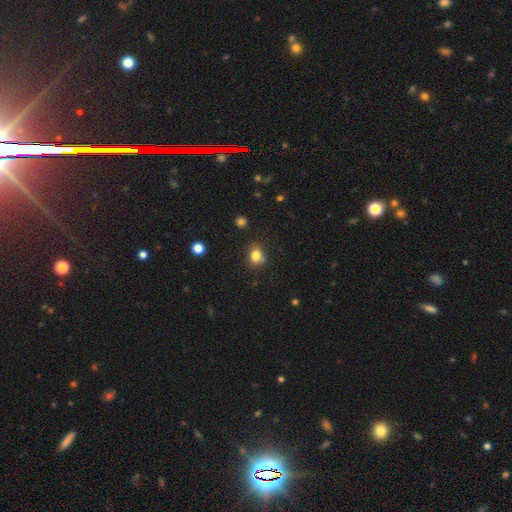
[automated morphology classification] Smooth or featured: smooth — 80% (star or artifact — 12%)
How rounded: round — 58% (in between — 41%)
Merging: none — 67% (minor disturbance — 19%)